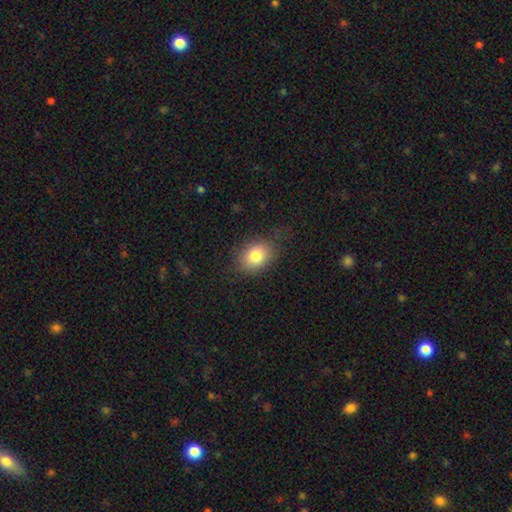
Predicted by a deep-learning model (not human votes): smooth-or-featured: smooth: 81% | featured or disk: 10% | star or artifact: 9%
  how-rounded: in between: 61% | round: 37% | cigar-shaped: 1%
  merging: none: 77% | minor disturbance: 16% | major disturbance: 6% | merger: 1%